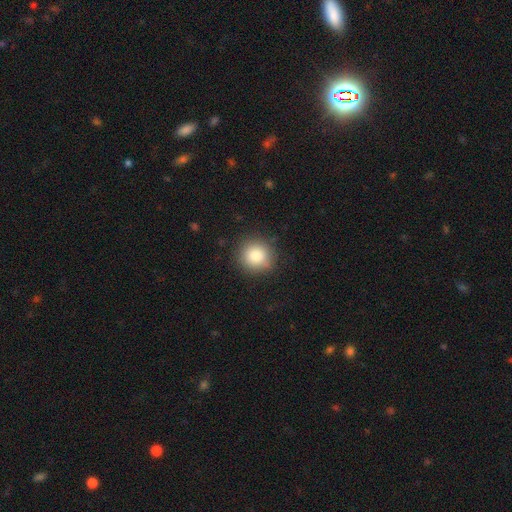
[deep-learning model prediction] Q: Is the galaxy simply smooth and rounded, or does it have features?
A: smooth — 83%.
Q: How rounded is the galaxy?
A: round — 92%.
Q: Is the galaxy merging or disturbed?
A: none — 88%.